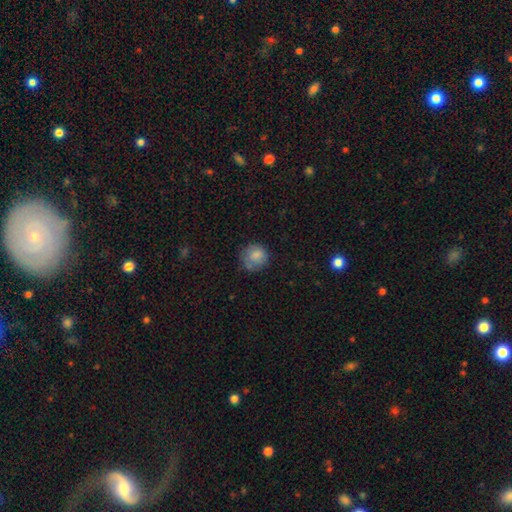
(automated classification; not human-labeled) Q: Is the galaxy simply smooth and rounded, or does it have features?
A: smooth — 77%.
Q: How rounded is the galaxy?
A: round — 85%.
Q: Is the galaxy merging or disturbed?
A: none — 61%.